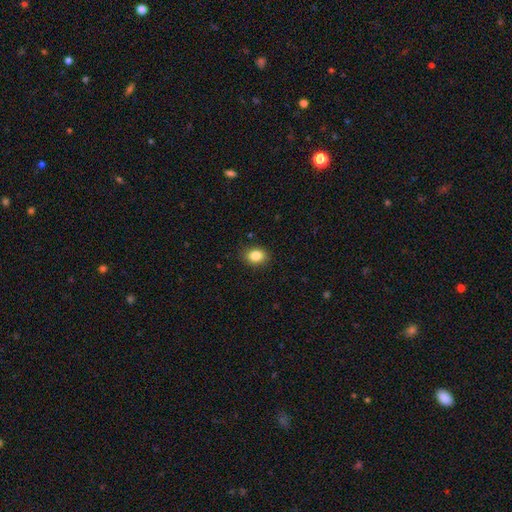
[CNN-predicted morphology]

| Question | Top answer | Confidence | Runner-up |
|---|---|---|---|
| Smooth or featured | smooth | 86% | star or artifact (9%) |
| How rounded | in between | 63% | round (36%) |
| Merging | none | 88% | minor disturbance (9%) |